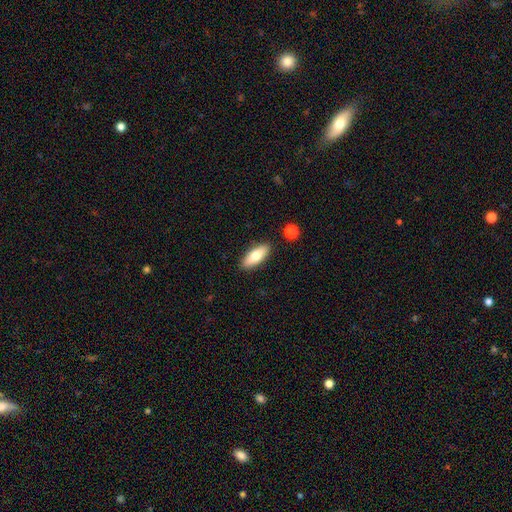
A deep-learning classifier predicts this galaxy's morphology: Smooth or featured? Predicted: smooth (p=0.72). How rounded? Predicted: in between (p=0.71). Merging? Predicted: none (p=0.87).